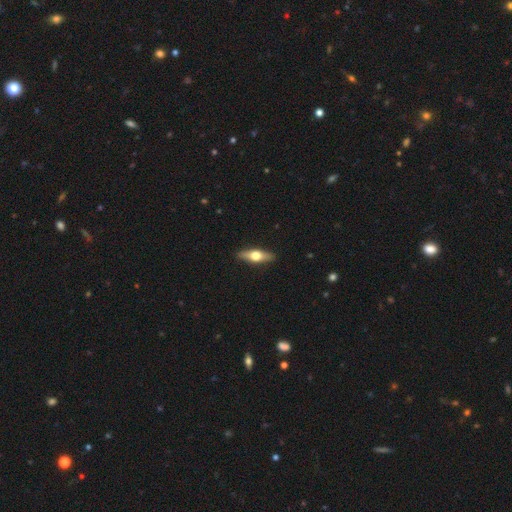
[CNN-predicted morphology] Smooth or featured?
  - featured or disk: 54% *
  - smooth: 40%
  - star or artifact: 6%
Edge-on disk?
  - yes: 91% *
  - no: 9%
Merging?
  - none: 90% *
  - minor disturbance: 7%
  - major disturbance: 2%
  - merger: 1%